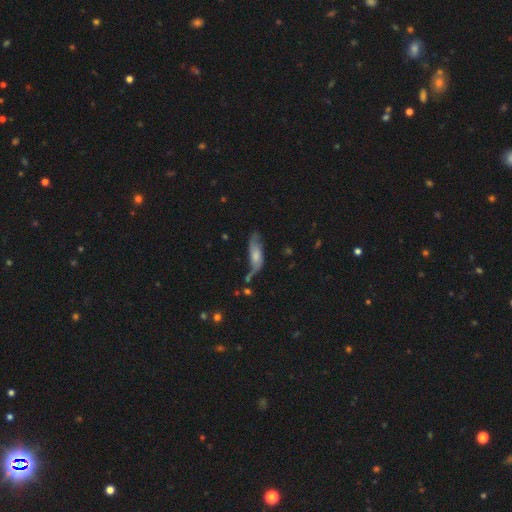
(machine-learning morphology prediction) Smooth or featured? smooth (51%)
How rounded? in between (65%)
Merging? none (39%)